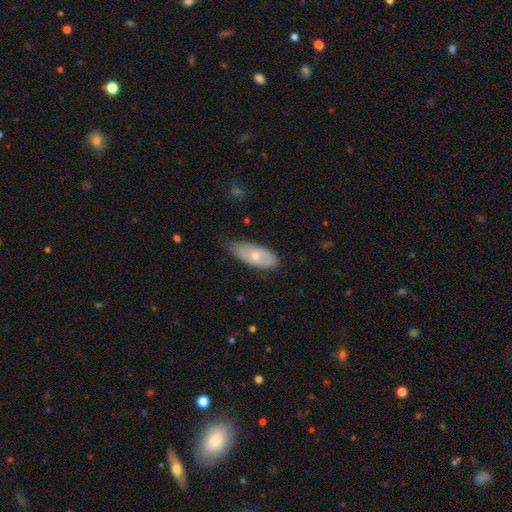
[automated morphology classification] smooth 59%, featured or disk 35%, star or artifact 6%. Down the decision tree: how rounded — in between (83%); merging — none (66%).